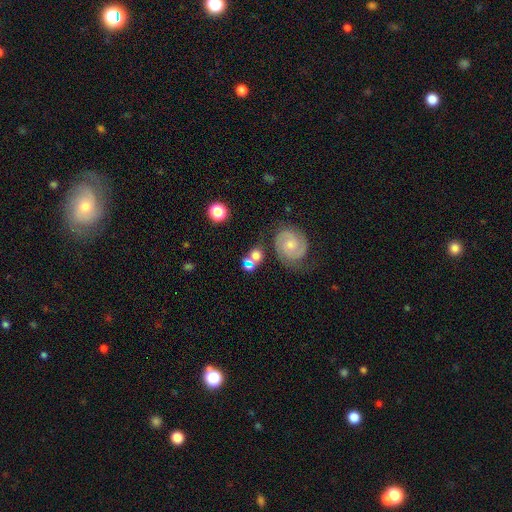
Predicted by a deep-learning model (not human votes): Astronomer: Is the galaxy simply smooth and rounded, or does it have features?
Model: smooth — 49% (runner-up: featured or disk, 38%).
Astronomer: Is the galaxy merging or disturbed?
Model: none — 57%.